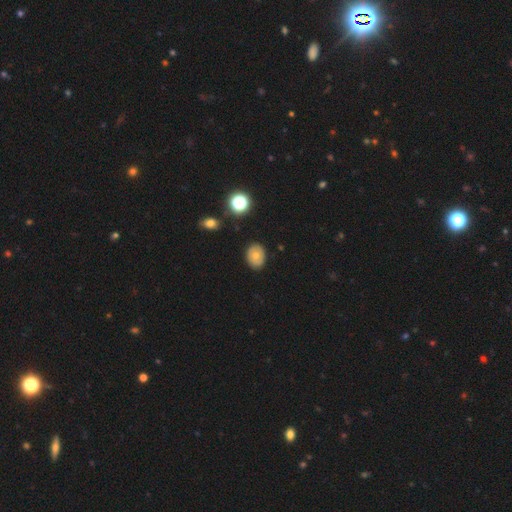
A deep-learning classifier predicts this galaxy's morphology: This is likely a smooth galaxy (63%). How rounded: possibly in between (60%). Merging: clearly none (86%).